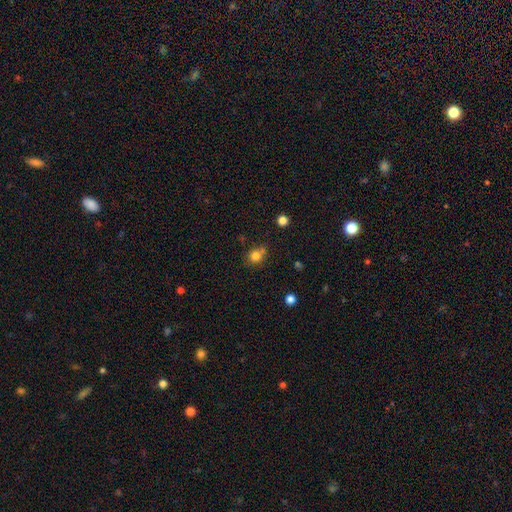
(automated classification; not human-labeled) A smooth galaxy with no disk features (80%) that is round (79%).

Vote fractions:
- Smooth or featured? smooth: 80% / star or artifact: 13% / featured or disk: 7%
- How rounded? round: 79% / in between: 20% / cigar-shaped: 1%
- Merging? none: 62% / merger: 19% / minor disturbance: 14% / major disturbance: 4%